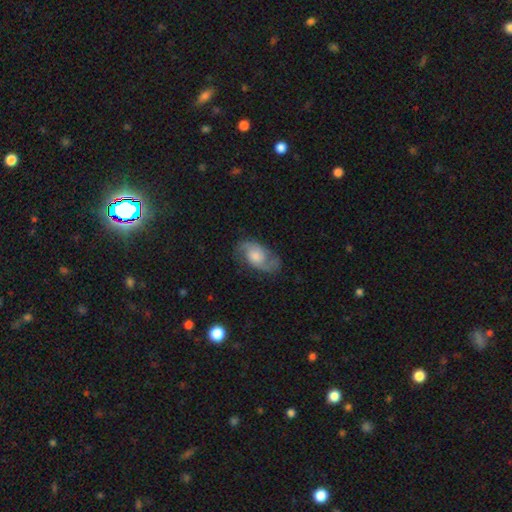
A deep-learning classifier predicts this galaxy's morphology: smooth_or_featured: featured or disk (p=0.74) [alt: smooth p=0.19]
disk_edge_on: no (p=0.96) [alt: yes p=0.04]
bar: no (p=0.66) [alt: weak p=0.30]
has_spiral_arms: yes (p=0.93) [alt: no p=0.07]
spiral_winding: medium (p=0.50) [alt: loose p=0.29]
spiral_arm_count: 2 (p=0.88) [alt: can't tell p=0.06]
bulge_size: moderate (p=0.38) [alt: large p=0.26]
merging: none (p=0.75) [alt: minor disturbance p=0.17]